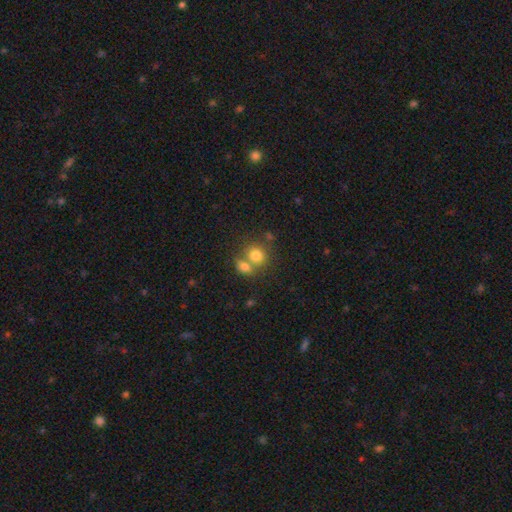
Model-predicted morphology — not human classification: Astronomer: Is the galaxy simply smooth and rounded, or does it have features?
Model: smooth — 79%.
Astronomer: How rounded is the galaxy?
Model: round — 72%.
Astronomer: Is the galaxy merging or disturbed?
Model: merger — 48% (runner-up: none, 41%).